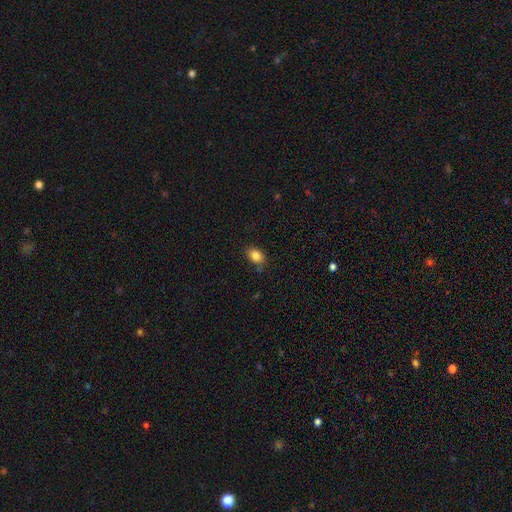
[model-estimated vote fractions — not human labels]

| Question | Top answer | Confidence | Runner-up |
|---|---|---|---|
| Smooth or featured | smooth | 85% | star or artifact (9%) |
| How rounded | in between | 78% | round (21%) |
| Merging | none | 75% | minor disturbance (18%) |